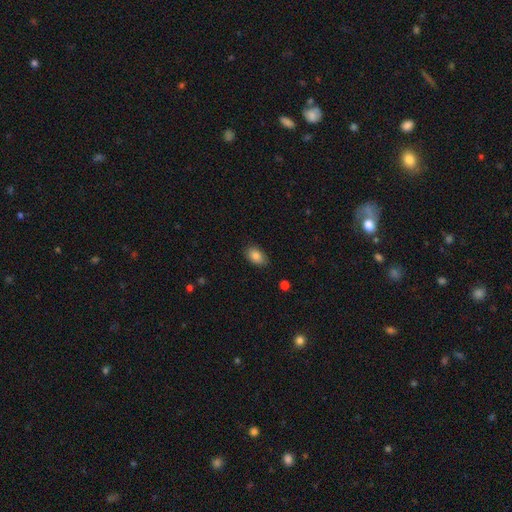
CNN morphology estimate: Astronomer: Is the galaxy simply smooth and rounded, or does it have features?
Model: smooth — 85%.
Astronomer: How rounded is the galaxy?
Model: in between — 90%.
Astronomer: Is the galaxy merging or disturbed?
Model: none — 84%.